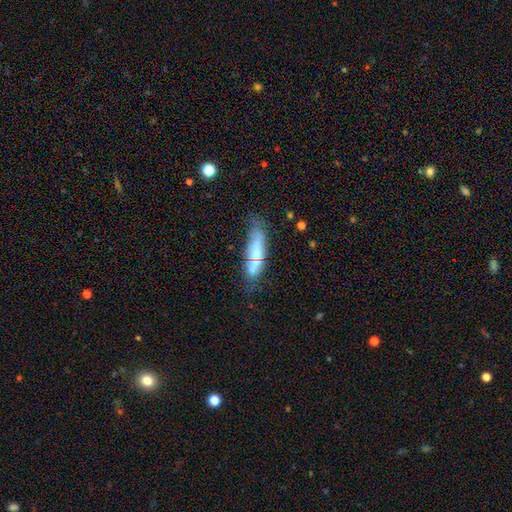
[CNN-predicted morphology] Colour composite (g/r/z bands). It shows a smooth galaxy with no disk features (54%) that is cigar-shaped (51%). Merging: none (60%).